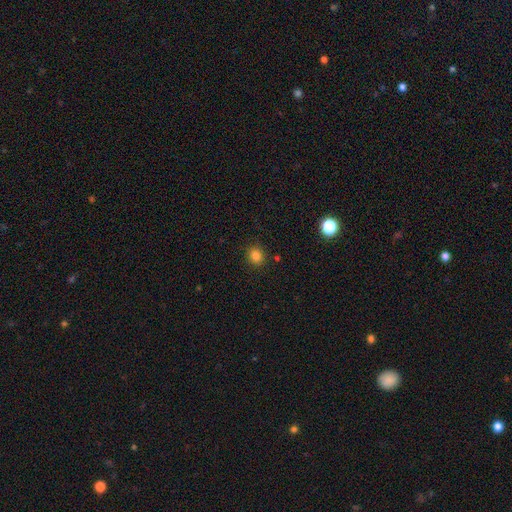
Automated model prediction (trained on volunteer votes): smooth-or-featured: smooth: 82% | star or artifact: 13% | featured or disk: 5%
  how-rounded: round: 76% | in between: 23% | cigar-shaped: 1%
  merging: none: 88% | minor disturbance: 8% | major disturbance: 2% | merger: 2%